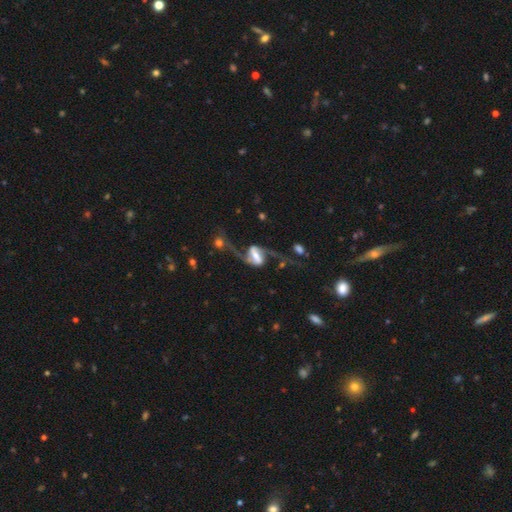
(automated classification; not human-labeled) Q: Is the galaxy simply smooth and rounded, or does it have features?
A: featured or disk — 88%.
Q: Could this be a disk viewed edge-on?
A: no — 96%.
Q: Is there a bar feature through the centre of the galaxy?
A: strong — 59%.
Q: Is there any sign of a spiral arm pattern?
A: yes — 96%.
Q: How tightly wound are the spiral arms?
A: loose — 74%.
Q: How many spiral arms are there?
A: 2 — 93%.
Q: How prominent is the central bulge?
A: moderate — 45%.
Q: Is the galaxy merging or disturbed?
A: none — 56%.